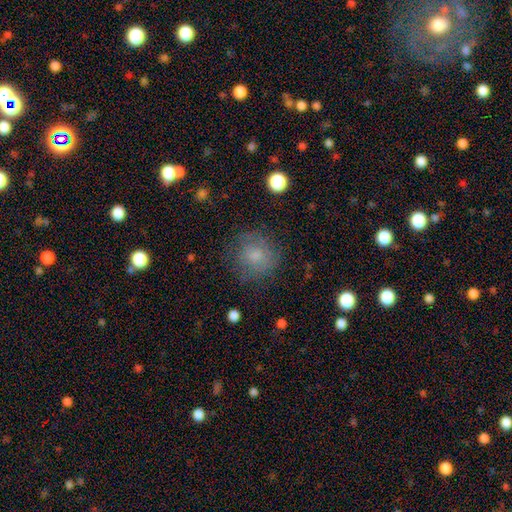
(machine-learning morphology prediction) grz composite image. It shows a smooth galaxy with no disk features (67%) that is round (86%). Merging: none (70%).